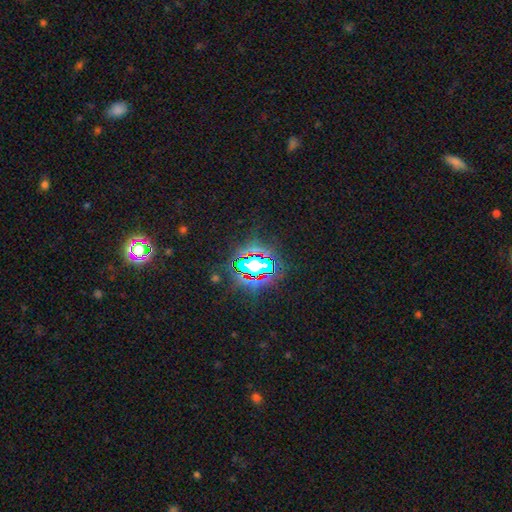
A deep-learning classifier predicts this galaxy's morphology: A star or artifact, not a galaxy (82%).

Vote fractions:
- Smooth or featured? star or artifact: 82% / smooth: 11% / featured or disk: 7%